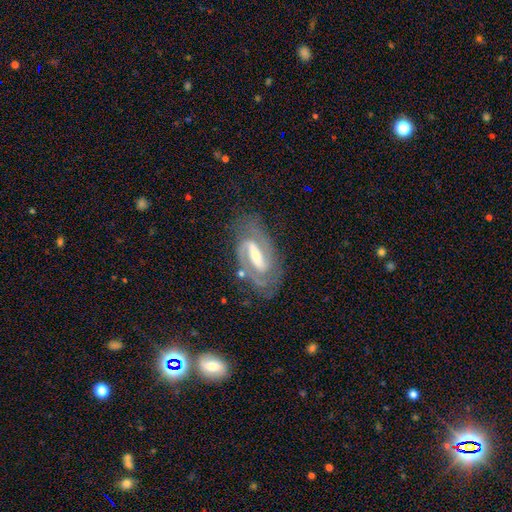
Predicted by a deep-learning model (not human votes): The model was most divided on "spiral winding": medium: 46%, tight: 42%, loose: 12%. Remaining: spiral arms — yes (95%); edge-on disk — no (94%); smooth or featured — featured or disk (88%); spiral arm count — 2 (87%); merging — none (70%); bar — strong (67%); bulge size — small (46%).